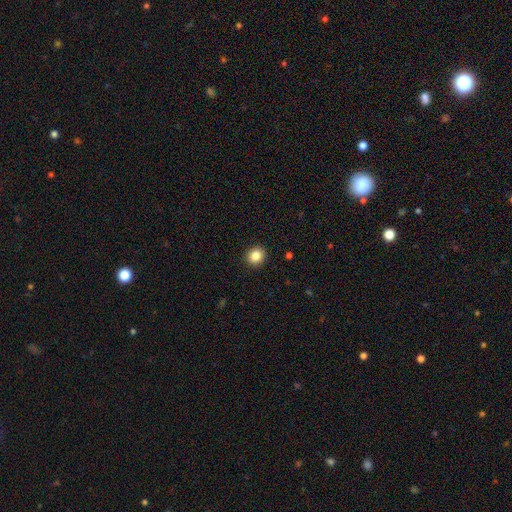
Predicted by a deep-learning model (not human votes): Smooth or featured? smooth (85%)
How rounded? round (80%)
Merging? none (92%)